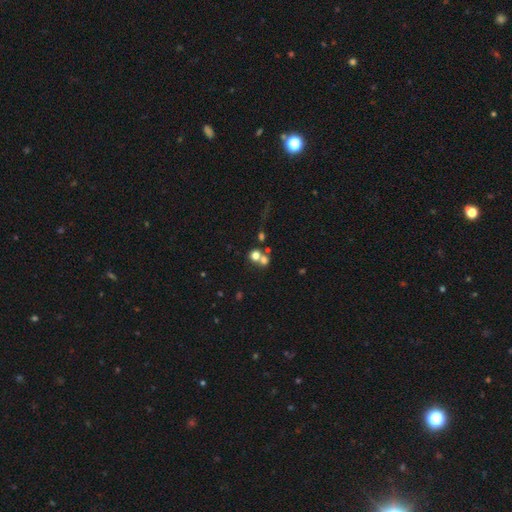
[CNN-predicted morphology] This appears to be a smooth galaxy with no disk features (68%) that is round (82%). Merging: merger (49%).